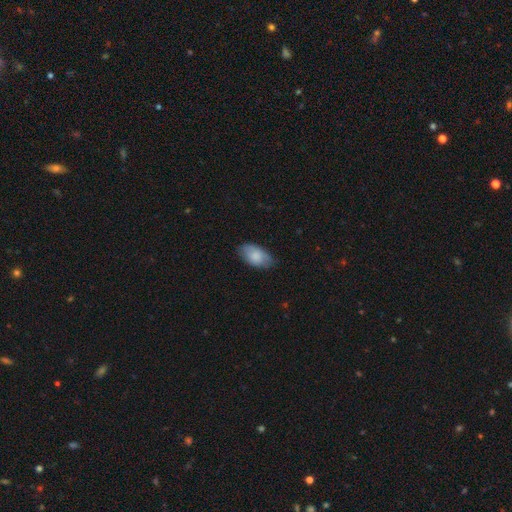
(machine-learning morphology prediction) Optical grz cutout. It shows a smooth galaxy with no disk features (82%) that is in between round and cigar-shaped (94%). Merging: none (74%).